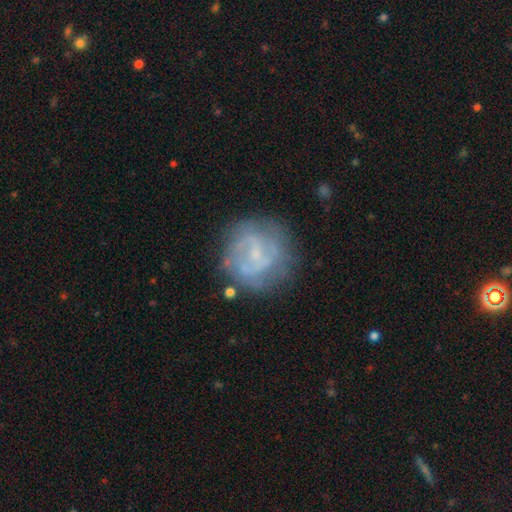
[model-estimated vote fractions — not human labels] Overall: featured or disk (66%; smooth 26%). Edge-on disk: no (98%). Bar: weak (46%; no 43%). Spiral arms: yes (62%; no 38%). Bulge size: small (61%). Merging: none (67%).